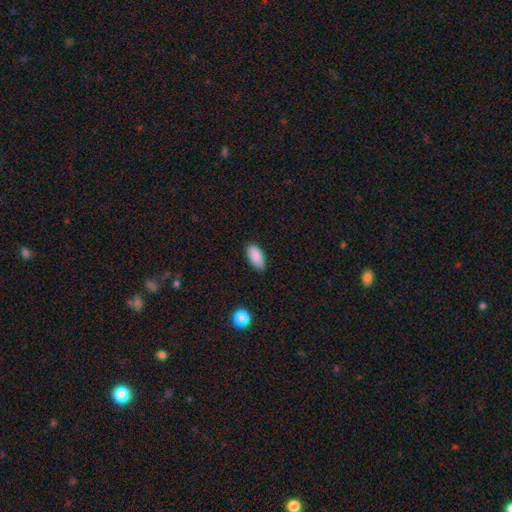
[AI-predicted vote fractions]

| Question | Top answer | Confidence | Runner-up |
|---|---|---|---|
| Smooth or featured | smooth | 88% | star or artifact (7%) |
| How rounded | in between | 91% | cigar-shaped (7%) |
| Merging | none | 83% | minor disturbance (13%) |